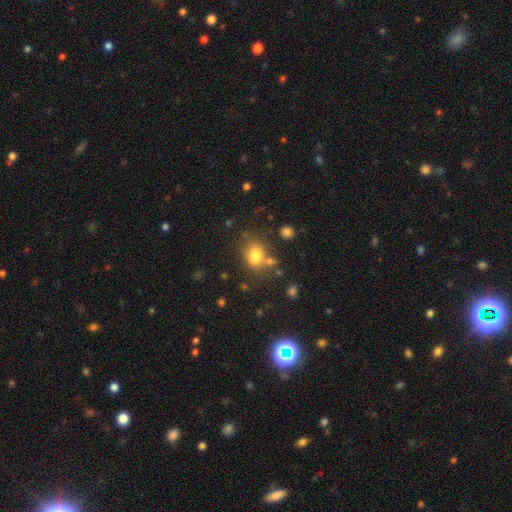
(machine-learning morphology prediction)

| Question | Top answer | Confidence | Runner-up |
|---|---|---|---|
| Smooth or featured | smooth | 78% | star or artifact (12%) |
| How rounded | in between | 73% | round (26%) |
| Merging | none | 58% | merger (18%) |